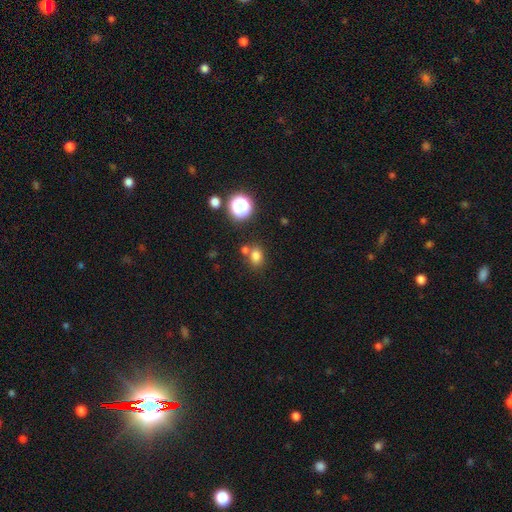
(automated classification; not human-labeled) The model was most divided on "how rounded": round: 50%, in between: 48%, cigar-shaped: 1%. More confident: smooth or featured — smooth (76%); merging — none (64%).